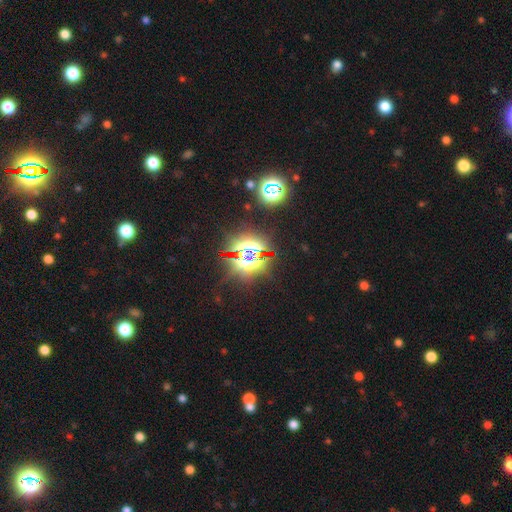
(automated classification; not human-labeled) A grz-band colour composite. It shows a star or artifact, not a galaxy (83%).